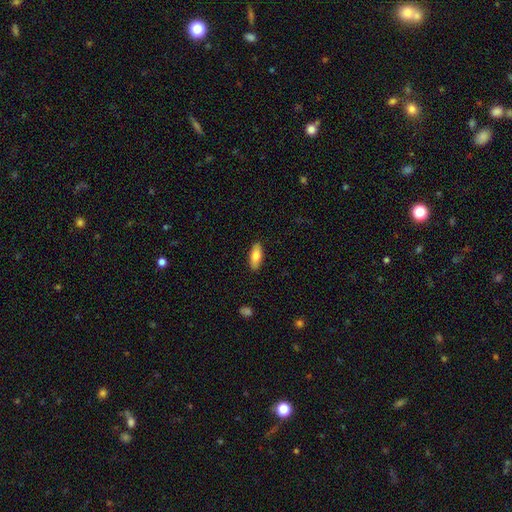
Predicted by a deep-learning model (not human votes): The model was most divided on "how rounded": in between: 79%, cigar-shaped: 19%, round: 2%. More confident: merging — none (89%); smooth or featured — smooth (80%).